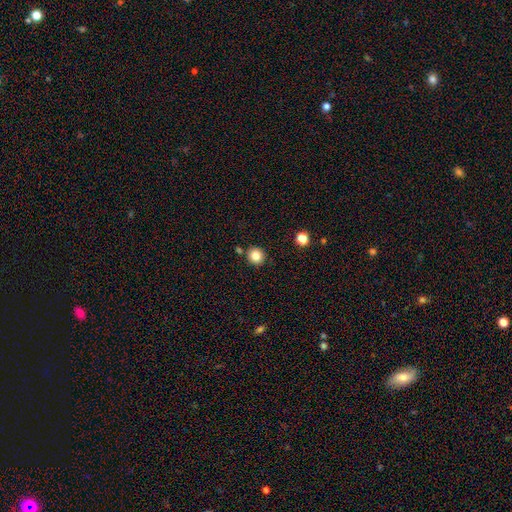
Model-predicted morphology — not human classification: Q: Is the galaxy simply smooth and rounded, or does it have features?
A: smooth — 84%.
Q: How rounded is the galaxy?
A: round — 91%.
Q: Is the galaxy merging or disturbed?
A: none — 87%.